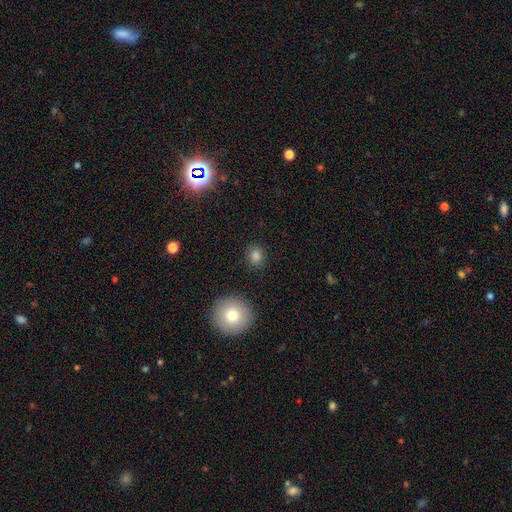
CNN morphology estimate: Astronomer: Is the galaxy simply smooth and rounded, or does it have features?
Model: smooth — 83%.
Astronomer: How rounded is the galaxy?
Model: round — 73%.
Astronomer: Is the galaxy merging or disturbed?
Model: none — 88%.